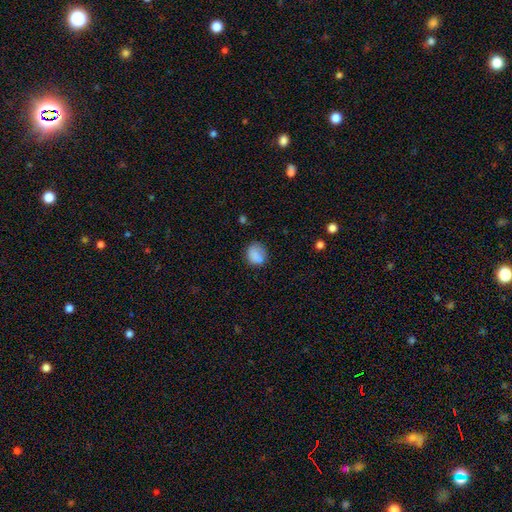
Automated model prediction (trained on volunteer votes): This appears to be a smooth galaxy with no disk features (84%) that is round (65%). Merging: none (70%).